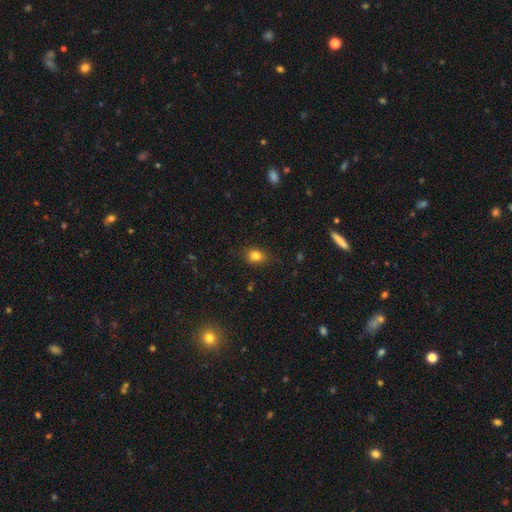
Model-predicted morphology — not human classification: A smooth galaxy with no disk features (82%) that is in between round and cigar-shaped (55%).

Vote fractions:
- Smooth or featured? smooth: 82% / star or artifact: 12% / featured or disk: 7%
- How rounded? in between: 55% / round: 44% / cigar-shaped: 1%
- Merging? none: 81% / minor disturbance: 15% / major disturbance: 3% / merger: 1%